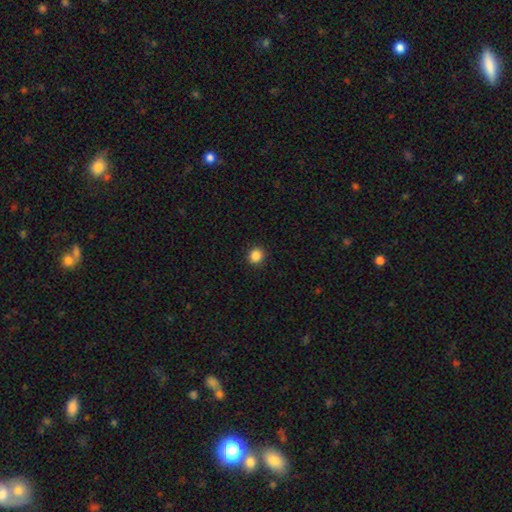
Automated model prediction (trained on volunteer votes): A smooth galaxy with no disk features (87%) that is round (83%). Merging: none (90%).